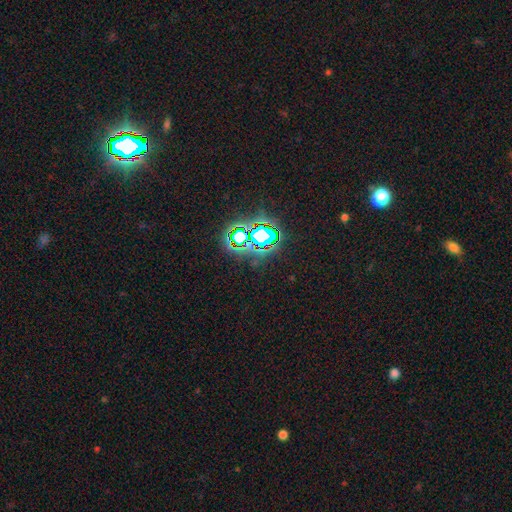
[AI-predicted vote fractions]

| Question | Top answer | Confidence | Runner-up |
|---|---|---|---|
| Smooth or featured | star or artifact | 78% | smooth (14%) |